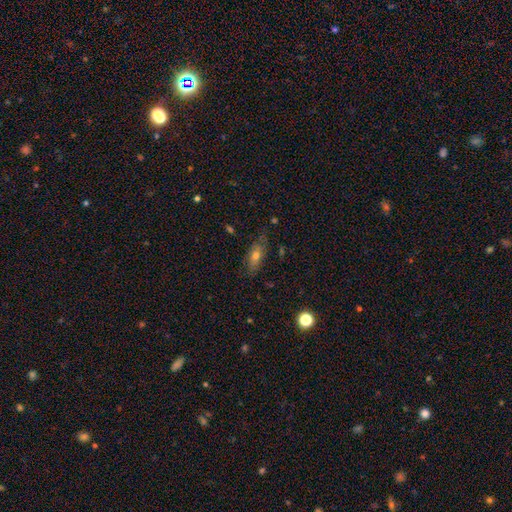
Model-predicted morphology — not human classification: This appears to be a smooth galaxy with no disk features (58%) that is in between round and cigar-shaped (74%). Merging: none (69%).